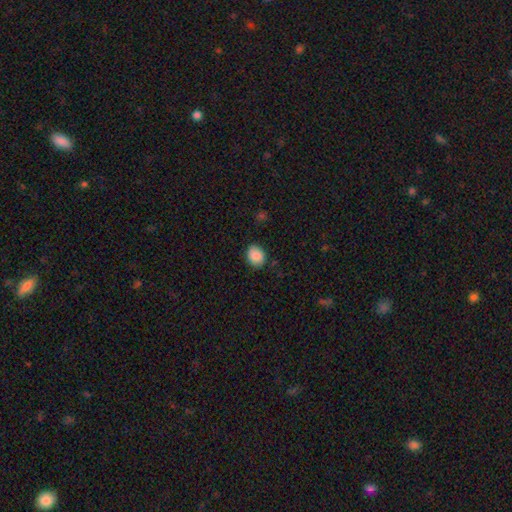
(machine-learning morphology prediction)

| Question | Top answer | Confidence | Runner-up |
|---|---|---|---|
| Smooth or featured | smooth | 88% | star or artifact (8%) |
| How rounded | round | 55% | in between (44%) |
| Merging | none | 81% | minor disturbance (15%) |